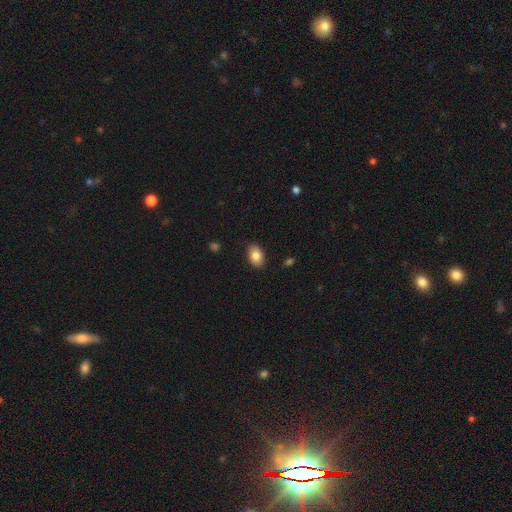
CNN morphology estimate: Q: Smooth or featured?
A: smooth (84%); runner-up: featured or disk (8%)
Q: How rounded?
A: in between (86%); runner-up: round (13%)
Q: Merging?
A: none (88%); runner-up: minor disturbance (9%)